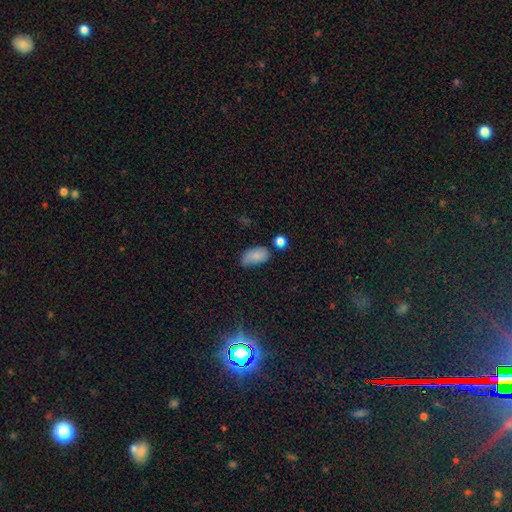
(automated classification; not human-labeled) smooth 82%, star or artifact 9%, featured or disk 9%. Down the decision tree: how rounded — in between (93%); merging — none (52%).